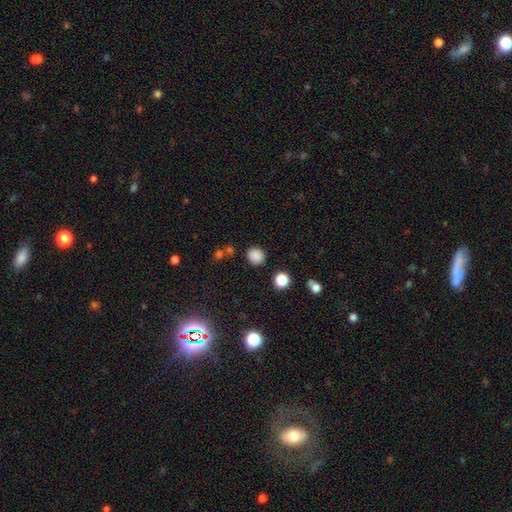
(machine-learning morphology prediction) A smooth galaxy with no disk features (83%) that is round (86%). Merging: none (84%).